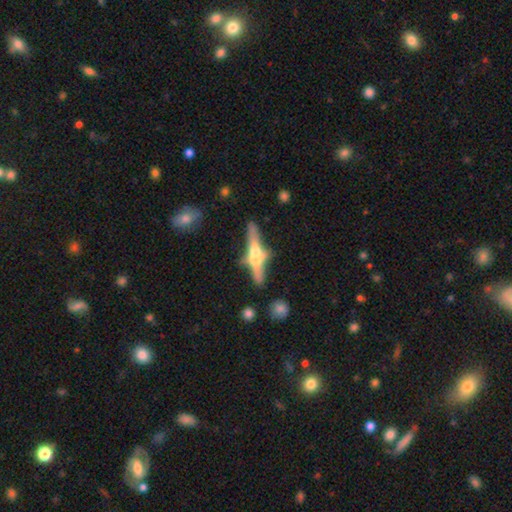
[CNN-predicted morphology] smooth-or-featured: featured or disk: 61% | smooth: 32% | star or artifact: 7%
  disk-edge-on: yes: 89% | no: 11%
    edge-on-bulge: rounded: 68% | boxy: 17% | none: 14%
  merging: none: 56% | minor disturbance: 18% | merger: 16% | major disturbance: 10%